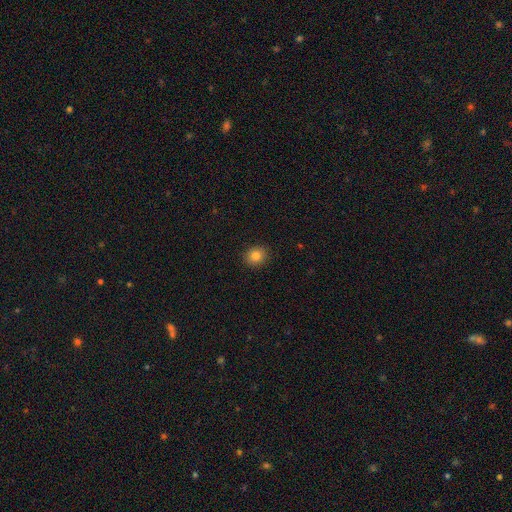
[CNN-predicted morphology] Q: Smooth or featured?
A: smooth (82%); runner-up: star or artifact (11%)
Q: How rounded?
A: round (77%); runner-up: in between (22%)
Q: Merging?
A: none (91%); runner-up: minor disturbance (6%)